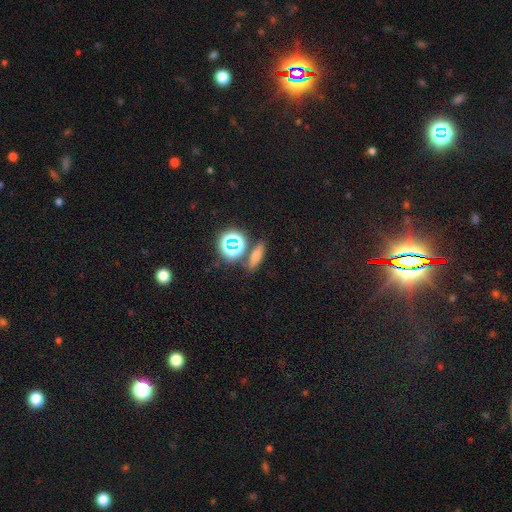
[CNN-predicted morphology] type=smooth (62%); roundness=in between (43%); merging=none (76%).